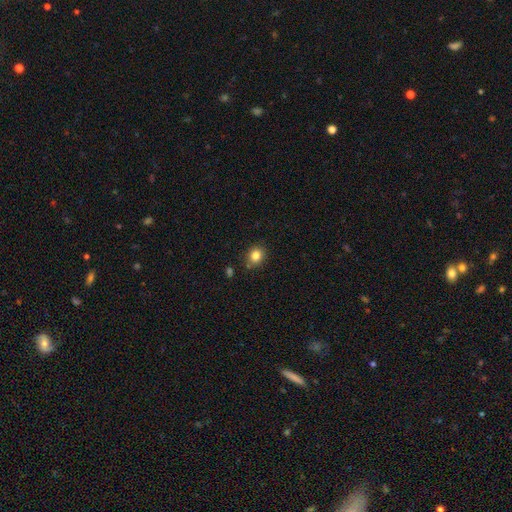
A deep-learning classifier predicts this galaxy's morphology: Smooth or featured? Predicted: smooth (p=0.83). How rounded? Predicted: round (p=0.72). Merging? Predicted: none (p=0.85).